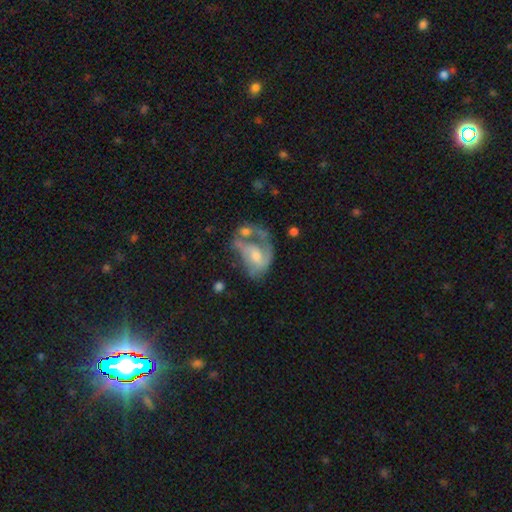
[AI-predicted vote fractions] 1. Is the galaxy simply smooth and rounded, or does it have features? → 67% featured or disk, 24% smooth, 9% star or artifact.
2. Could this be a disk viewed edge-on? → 97% no, 3% yes.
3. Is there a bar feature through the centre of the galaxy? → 56% no, 36% weak, 9% strong.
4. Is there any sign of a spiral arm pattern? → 67% yes, 33% no.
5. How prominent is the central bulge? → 48% moderate, 35% small, 9% none, 6% large, 1% dominant.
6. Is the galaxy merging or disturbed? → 37% major disturbance, 24% merger, 22% none, 17% minor disturbance.